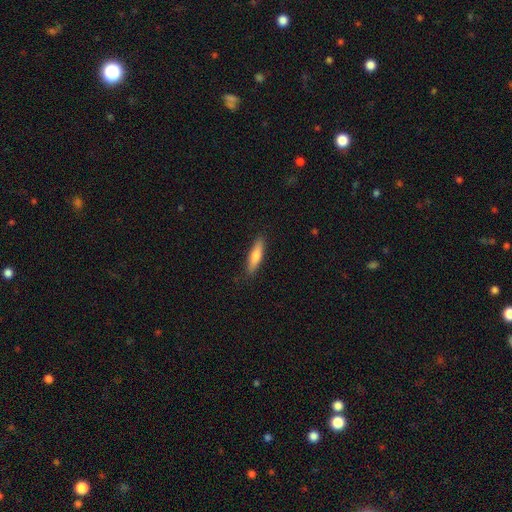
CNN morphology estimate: Smooth or featured? Predicted: smooth (p=0.73). How rounded? Predicted: cigar-shaped (p=0.73). Merging? Predicted: none (p=0.88).